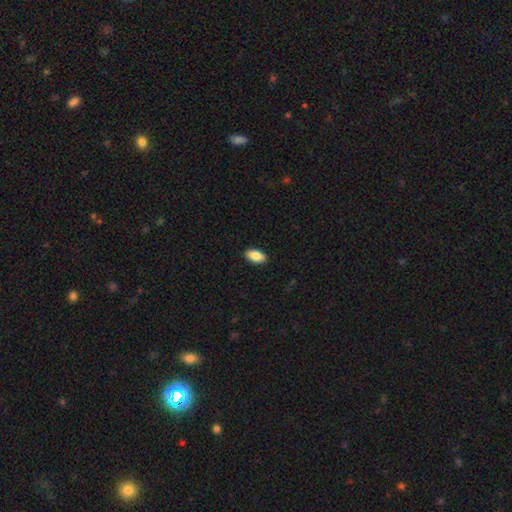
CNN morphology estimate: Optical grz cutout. It shows a smooth galaxy with no disk features (85%) that is in between round and cigar-shaped (92%). Merging: none (90%).